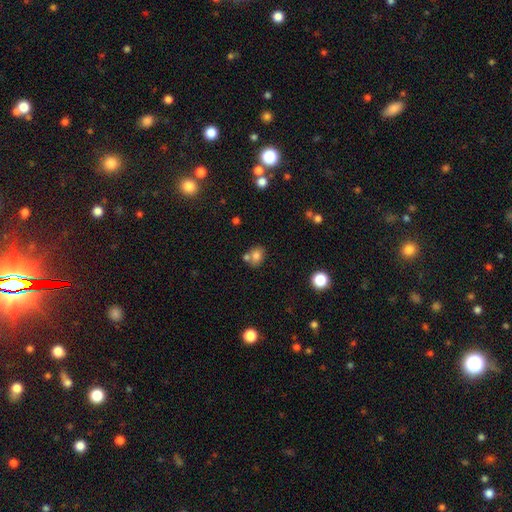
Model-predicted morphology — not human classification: type=smooth (77%); roundness=round (54%); merging=none (53%).